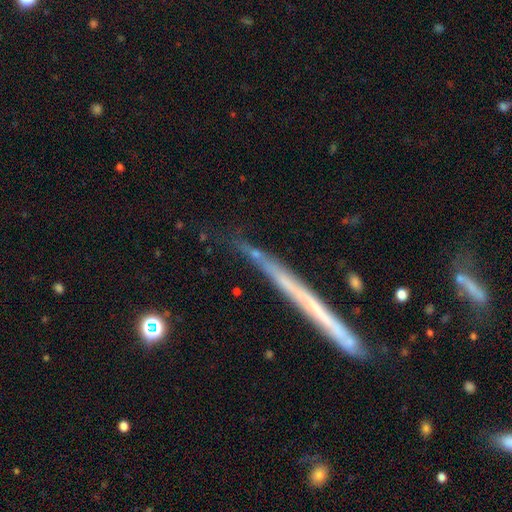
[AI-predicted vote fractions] This is possibly a featured or disk galaxy (49%). Merging: likely none (73%).